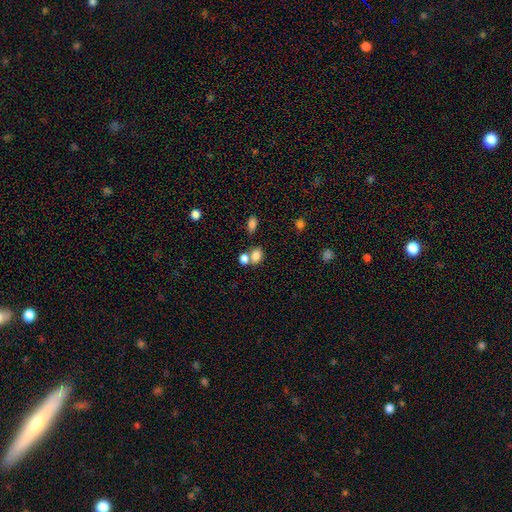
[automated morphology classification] A smooth galaxy with no disk features (81%) that is in between round and cigar-shaped (68%). Merging: none (44%).